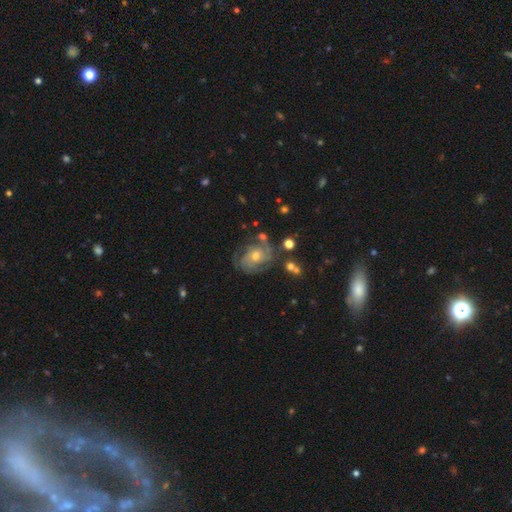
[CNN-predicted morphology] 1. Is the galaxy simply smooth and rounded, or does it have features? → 77% featured or disk, 13% smooth, 10% star or artifact.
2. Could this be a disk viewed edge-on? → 97% no, 3% yes.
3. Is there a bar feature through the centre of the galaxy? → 73% no, 22% weak, 4% strong.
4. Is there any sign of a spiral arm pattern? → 93% yes, 7% no.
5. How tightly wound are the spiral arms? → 55% tight, 35% medium, 10% loose.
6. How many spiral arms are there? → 29% can't tell, 26% 3, 25% 2, 9% 4, 6% 1, 5% more than 4.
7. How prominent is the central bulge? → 59% moderate, 35% small, 4% large, 2% none, 1% dominant.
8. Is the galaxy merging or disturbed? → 68% none, 18% minor disturbance, 9% major disturbance, 4% merger.